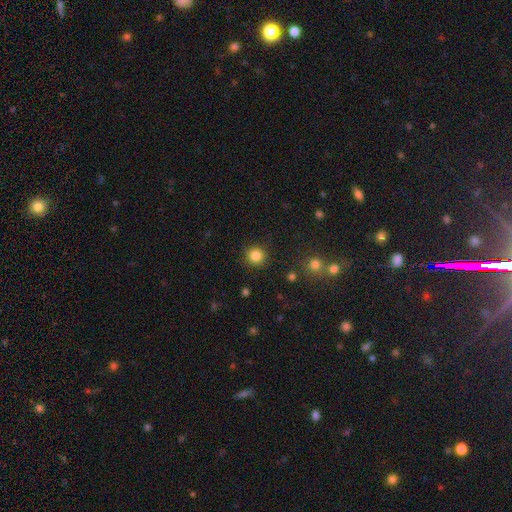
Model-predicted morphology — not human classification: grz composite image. It shows a smooth galaxy with no disk features (84%) that is round (94%). Merging: none (91%).